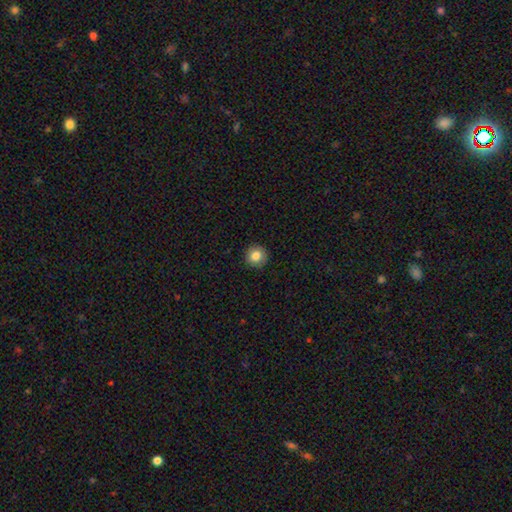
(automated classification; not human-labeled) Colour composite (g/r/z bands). It shows a smooth galaxy with no disk features (84%) that is round (94%). Merging: none (92%).